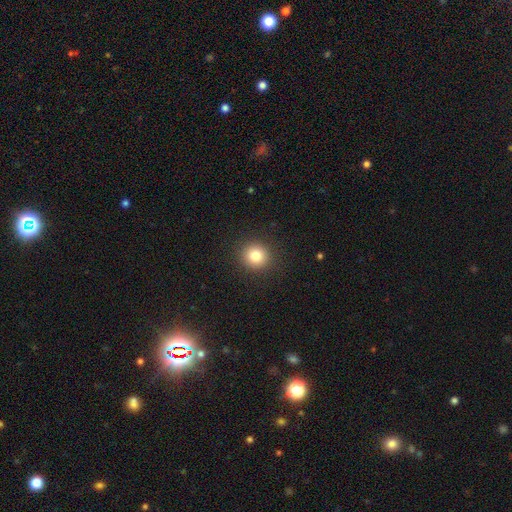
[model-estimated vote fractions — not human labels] A smooth galaxy with no disk features (82%) that is round (92%).

Vote fractions:
- Smooth or featured? smooth: 82% / star or artifact: 11% / featured or disk: 6%
- How rounded? round: 92% / in between: 8% / cigar-shaped: 1%
- Merging? none: 91% / minor disturbance: 5% / major disturbance: 2% / merger: 1%